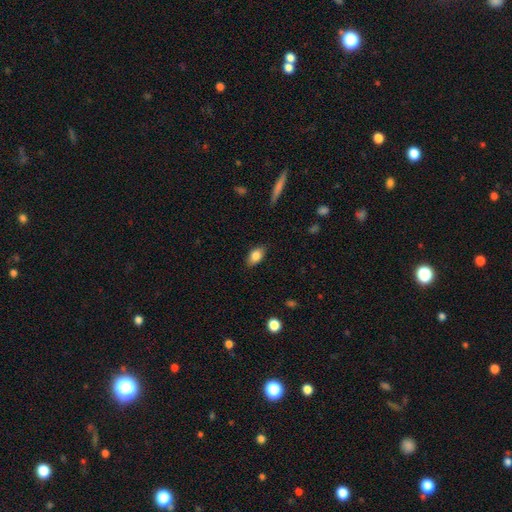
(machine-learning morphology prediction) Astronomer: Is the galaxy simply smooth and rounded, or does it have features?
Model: smooth — 83%.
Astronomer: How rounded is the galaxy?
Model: in between — 88%.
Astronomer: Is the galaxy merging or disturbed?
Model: none — 84%.